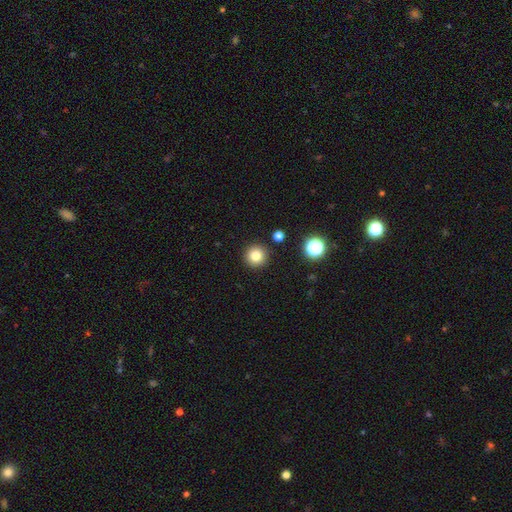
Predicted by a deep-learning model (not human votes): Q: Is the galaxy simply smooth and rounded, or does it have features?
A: smooth — 81%.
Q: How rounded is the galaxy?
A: round — 95%.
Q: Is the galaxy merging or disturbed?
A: none — 91%.